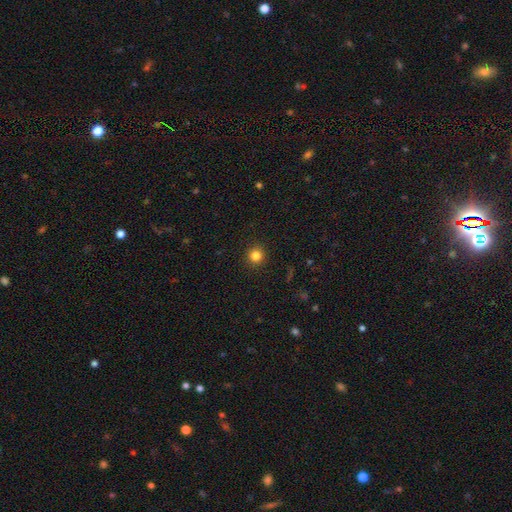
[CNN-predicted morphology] Smooth or featured?
  - smooth: 83% *
  - star or artifact: 13%
  - featured or disk: 5%
How rounded?
  - round: 94% *
  - in between: 5%
  - cigar-shaped: 1%
Merging?
  - none: 92% *
  - minor disturbance: 5%
  - major disturbance: 2%
  - merger: 1%